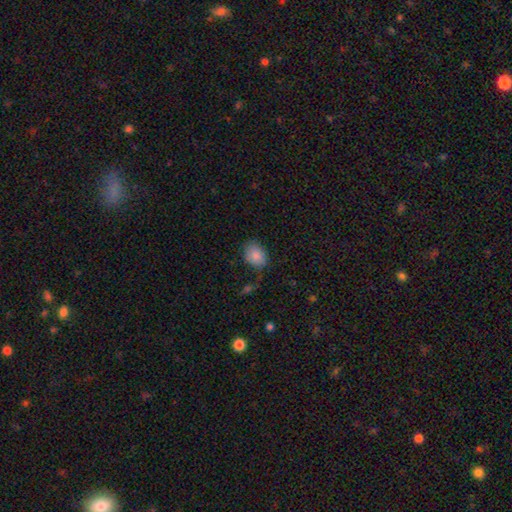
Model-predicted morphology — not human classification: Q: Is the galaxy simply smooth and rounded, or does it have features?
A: smooth — 87%.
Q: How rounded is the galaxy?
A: in between — 63%.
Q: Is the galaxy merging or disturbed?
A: none — 73%.